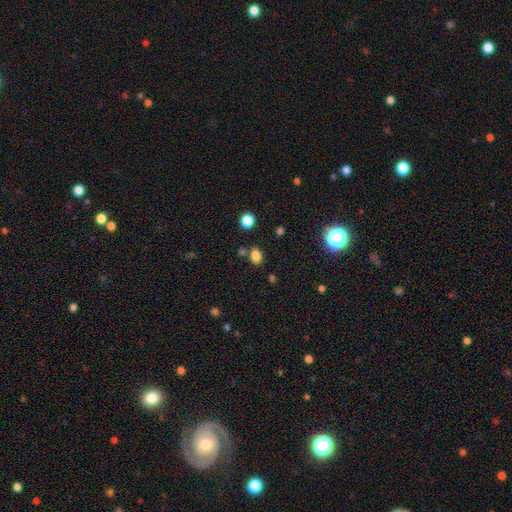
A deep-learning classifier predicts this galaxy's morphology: Smooth or featured? smooth (81%)
How rounded? in between (74%)
Merging? none (75%)